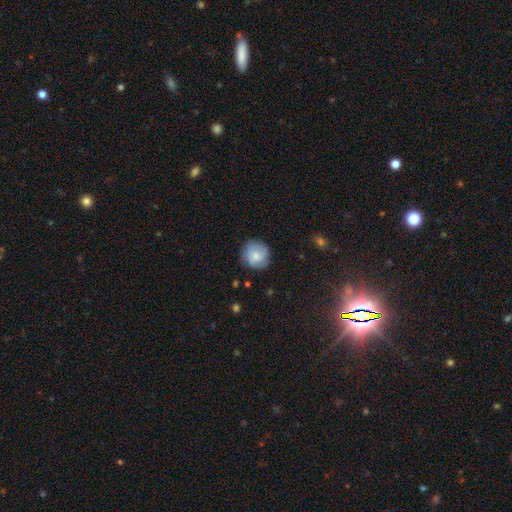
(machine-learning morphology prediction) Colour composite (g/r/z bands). It shows a smooth galaxy with no disk features (61%) that is round (88%). Merging: none (78%).